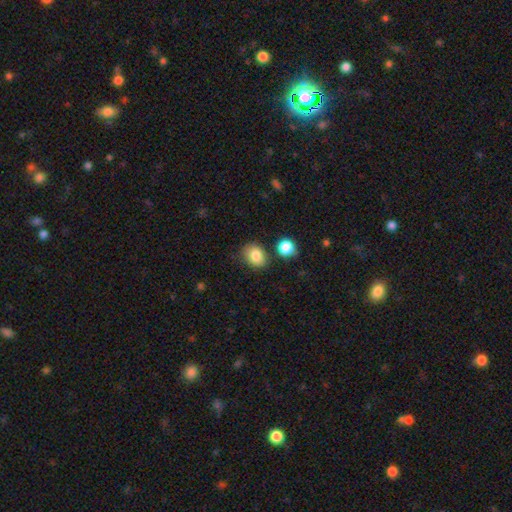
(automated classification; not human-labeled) Smooth or featured?
  - smooth: 83% *
  - star or artifact: 10%
  - featured or disk: 7%
How rounded?
  - round: 51% *
  - in between: 48%
  - cigar-shaped: 1%
Merging?
  - none: 77% *
  - minor disturbance: 13%
  - merger: 7%
  - major disturbance: 3%